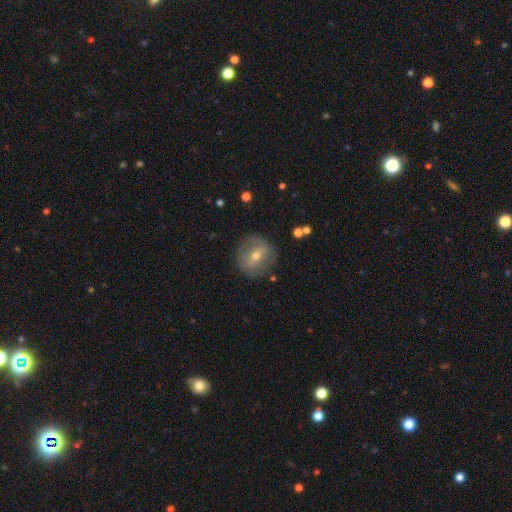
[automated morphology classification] A featured or disk galaxy (45%, tied with smooth). Merging: none (80%).